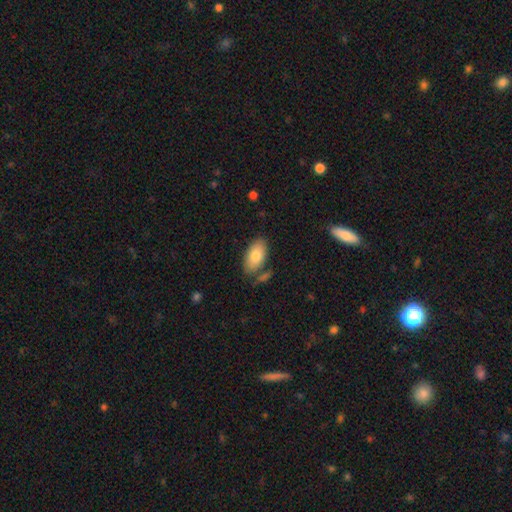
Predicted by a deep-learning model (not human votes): smooth_or_featured: smooth (p=0.80) [alt: featured or disk p=0.14]
how_rounded: in between (p=0.94) [alt: round p=0.04]
merging: none (p=0.74) [alt: minor disturbance p=0.14]